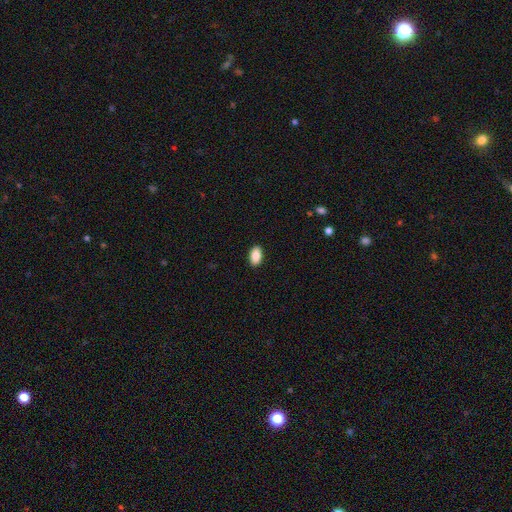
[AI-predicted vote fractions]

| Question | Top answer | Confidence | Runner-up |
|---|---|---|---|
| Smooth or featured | smooth | 90% | star or artifact (7%) |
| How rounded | in between | 94% | round (4%) |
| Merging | none | 90% | minor disturbance (7%) |